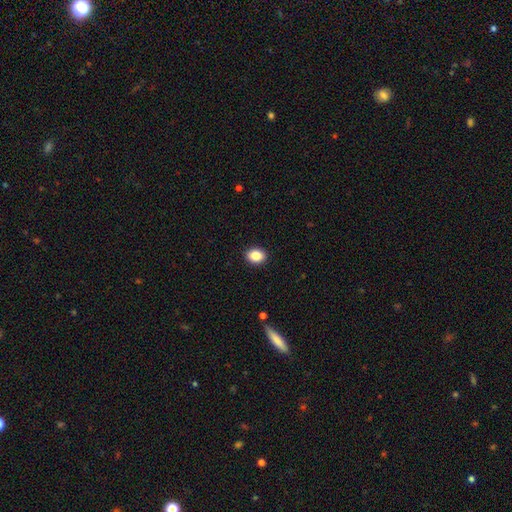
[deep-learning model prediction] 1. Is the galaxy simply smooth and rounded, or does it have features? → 86% smooth, 9% star or artifact, 5% featured or disk.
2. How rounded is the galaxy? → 56% in between, 43% round, 1% cigar-shaped.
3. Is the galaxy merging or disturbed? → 91% none, 6% minor disturbance, 2% major disturbance, 1% merger.